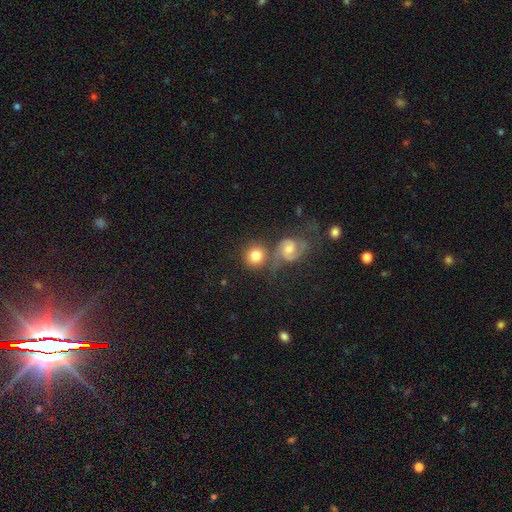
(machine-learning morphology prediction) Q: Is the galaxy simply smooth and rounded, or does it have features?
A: smooth — 72%.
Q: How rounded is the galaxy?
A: round — 86%.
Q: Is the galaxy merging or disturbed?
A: none — 55%.